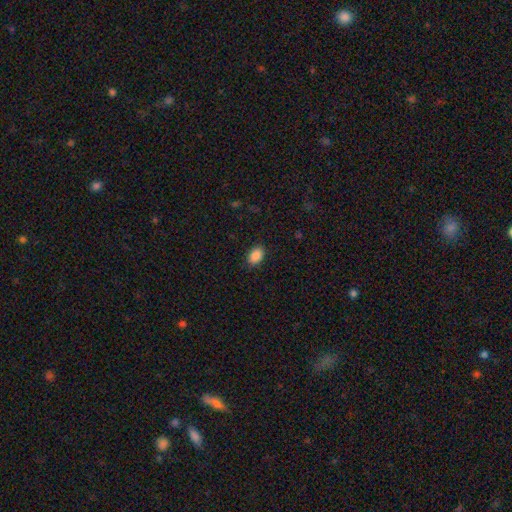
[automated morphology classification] This is clearly a smooth galaxy (88%). How rounded: clearly in between (87%). Merging: clearly none (89%).